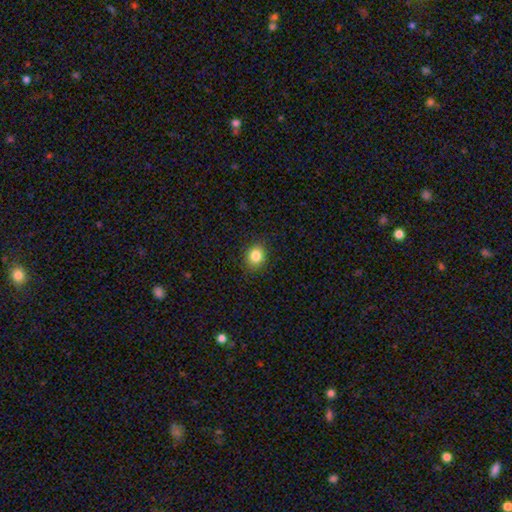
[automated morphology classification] Overall: smooth (83%). How rounded: round (66%; in between 33%). Merging: none (88%).